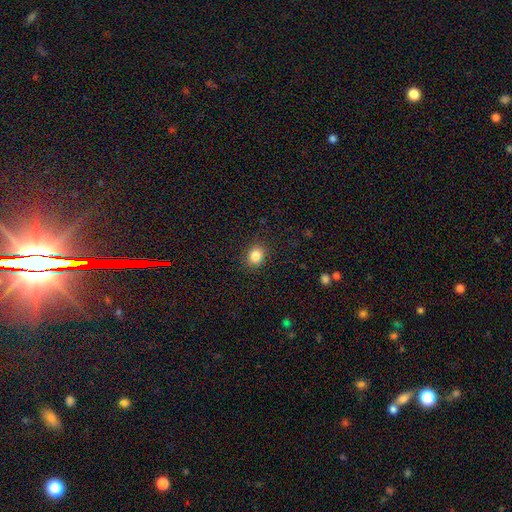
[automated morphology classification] A smooth galaxy with no disk features (85%) that is round (64%). Merging: none (87%).